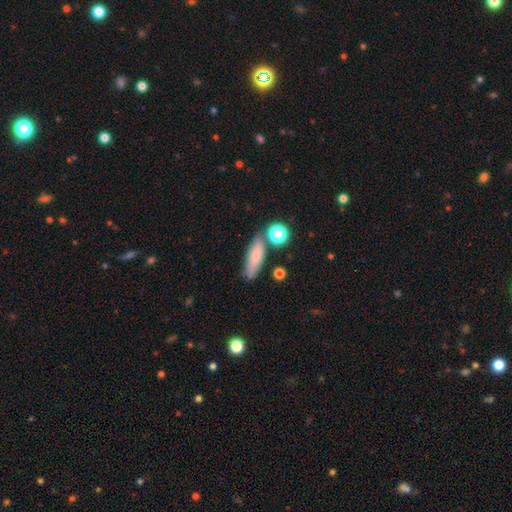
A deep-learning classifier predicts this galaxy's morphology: Smooth or featured? Predicted: smooth (p=0.76). How rounded? Predicted: cigar-shaped (p=0.48). Merging? Predicted: none (p=0.70).